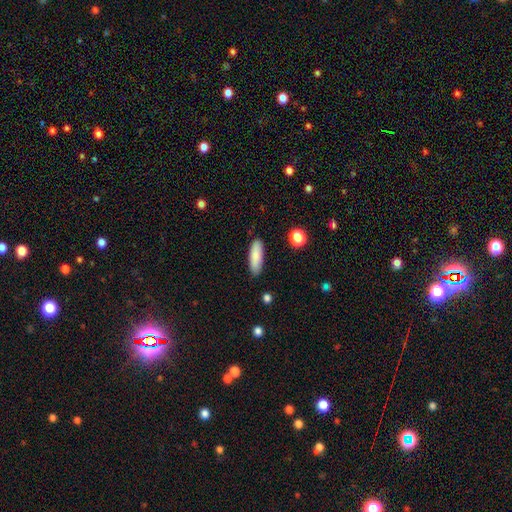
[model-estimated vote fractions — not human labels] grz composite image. It shows a smooth galaxy with no disk features (86%) that is in between round and cigar-shaped (53%). Merging: none (87%).